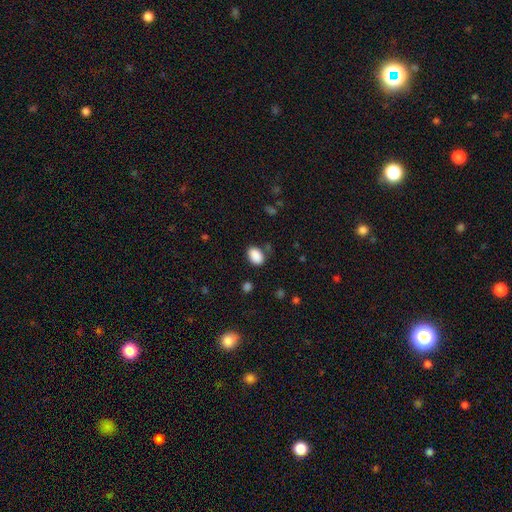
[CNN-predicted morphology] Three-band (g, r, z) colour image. It shows a smooth galaxy with no disk features (89%) that is in between round and cigar-shaped (85%). Merging: none (81%).